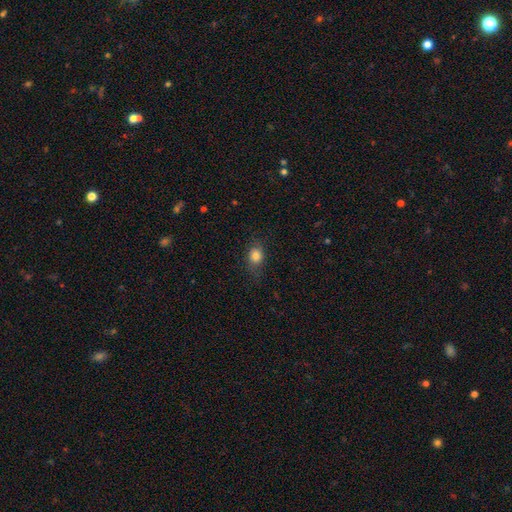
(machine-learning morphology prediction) smooth_or_featured: smooth (p=0.82) [alt: star or artifact p=0.10]
how_rounded: in between (p=0.50) [alt: round p=0.48]
merging: none (p=0.74) [alt: minor disturbance p=0.19]